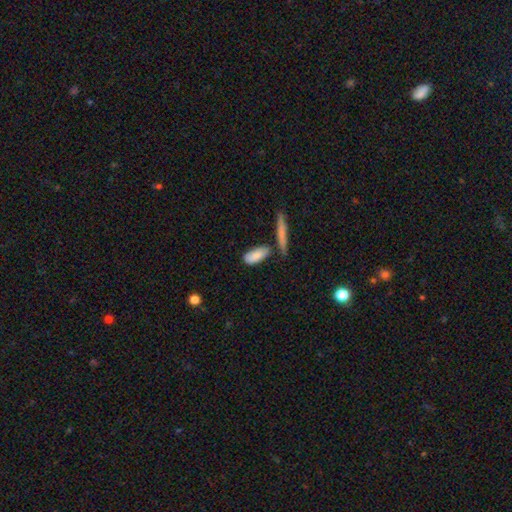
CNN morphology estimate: smooth_or_featured: smooth (p=0.82) [alt: featured or disk p=0.12]
how_rounded: in between (p=0.77) [alt: cigar-shaped p=0.21]
merging: none (p=0.62) [alt: minor disturbance p=0.20]